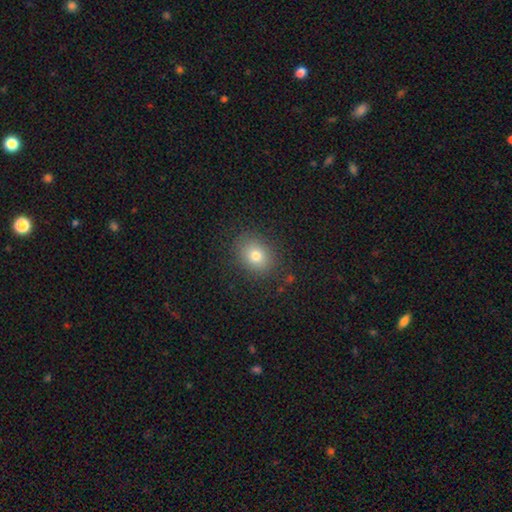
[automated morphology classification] A smooth galaxy with no disk features (77%) that is round (57%).

Vote fractions:
- Smooth or featured? smooth: 77% / star or artifact: 13% / featured or disk: 11%
- How rounded? round: 57% / in between: 42% / cigar-shaped: 1%
- Merging? none: 85% / minor disturbance: 10% / major disturbance: 4% / merger: 1%